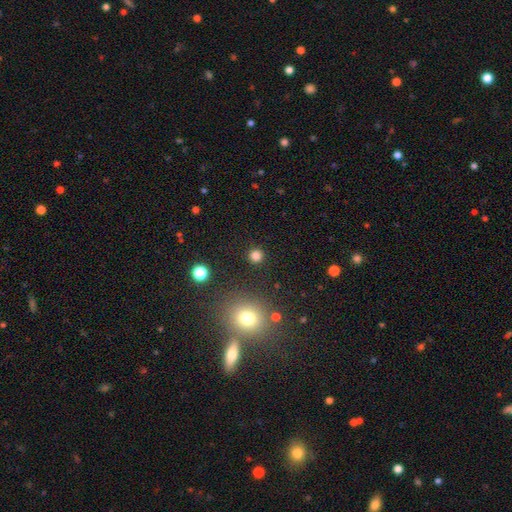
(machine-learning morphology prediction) A smooth galaxy with no disk features (81%) that is round (94%).

Vote fractions:
- Smooth or featured? smooth: 81% / star or artifact: 15% / featured or disk: 4%
- How rounded? round: 94% / in between: 5% / cigar-shaped: 1%
- Merging? none: 90% / minor disturbance: 5% / major disturbance: 3% / merger: 2%